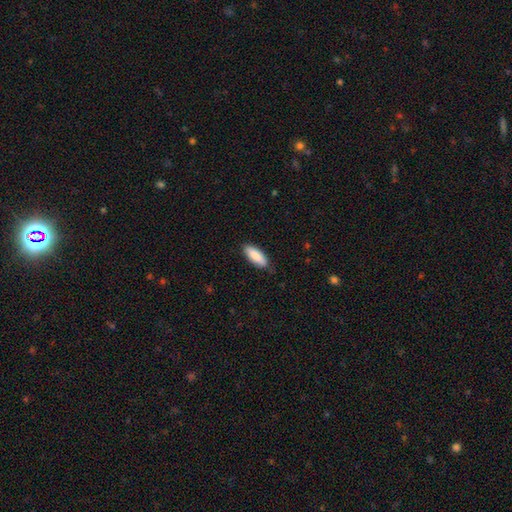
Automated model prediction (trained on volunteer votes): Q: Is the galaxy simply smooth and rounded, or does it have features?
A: smooth — 87%.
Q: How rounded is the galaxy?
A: in between — 72%.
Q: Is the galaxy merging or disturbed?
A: none — 85%.